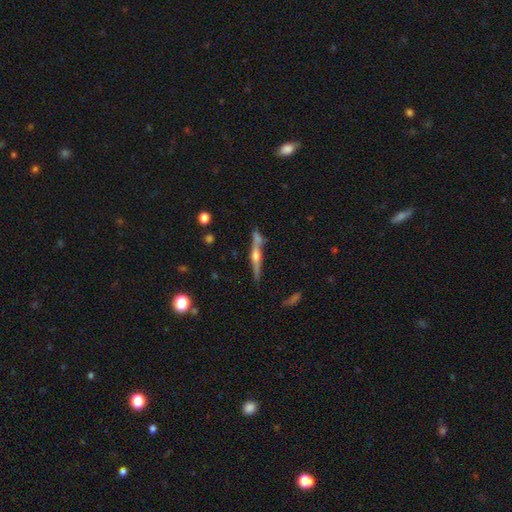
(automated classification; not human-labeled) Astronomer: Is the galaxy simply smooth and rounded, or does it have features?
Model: featured or disk — 73%.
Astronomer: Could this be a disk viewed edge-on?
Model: yes — 96%.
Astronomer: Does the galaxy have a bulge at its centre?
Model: rounded — 88%.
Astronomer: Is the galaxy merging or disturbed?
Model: none — 69%.